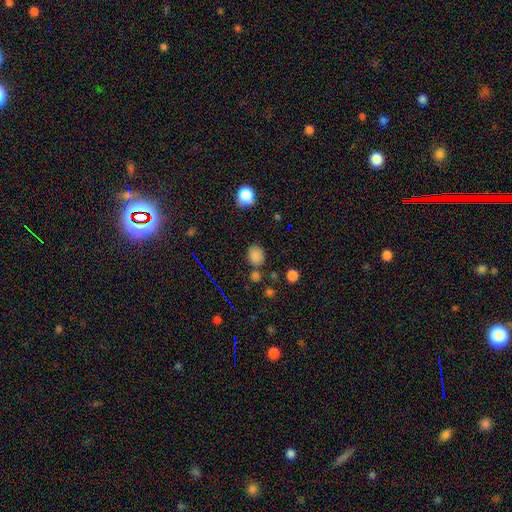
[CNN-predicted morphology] smooth-or-featured: smooth: 78% | star or artifact: 17% | featured or disk: 5%
  how-rounded: round: 65% | in between: 34% | cigar-shaped: 1%
  merging: none: 76% | minor disturbance: 13% | merger: 8% | major disturbance: 4%